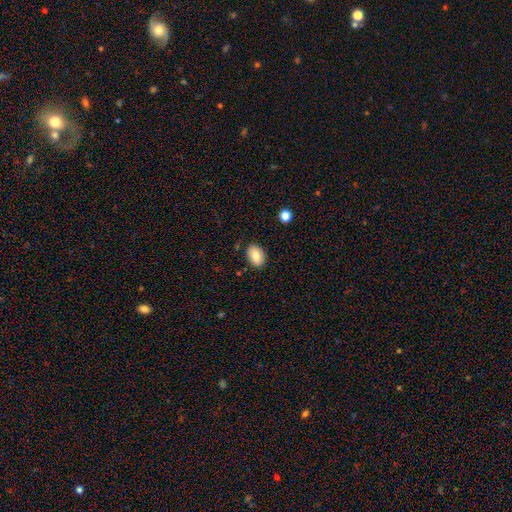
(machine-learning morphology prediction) Smooth or featured?
  - smooth: 82% *
  - featured or disk: 10%
  - star or artifact: 8%
How rounded?
  - in between: 84% *
  - round: 15%
  - cigar-shaped: 1%
Merging?
  - none: 86% *
  - minor disturbance: 10%
  - major disturbance: 2%
  - merger: 2%